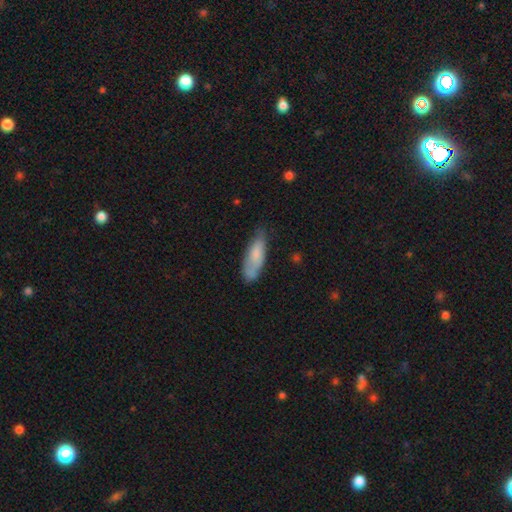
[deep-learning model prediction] Smooth or featured? smooth (73%)
How rounded? in between (57%)
Merging? none (56%)